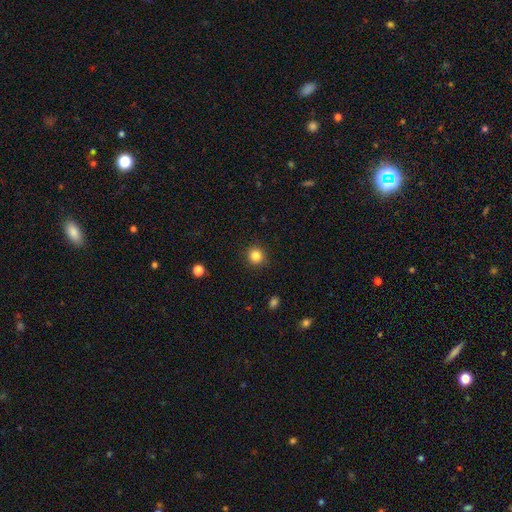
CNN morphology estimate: Smooth or featured: smooth — 85% (star or artifact — 11%)
How rounded: round — 93% (in between — 7%)
Merging: none — 91% (minor disturbance — 6%)